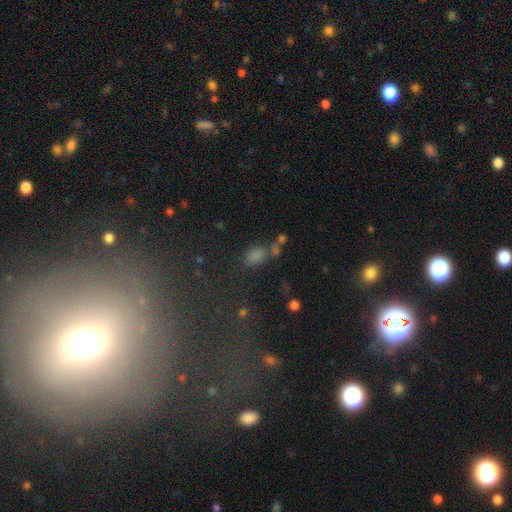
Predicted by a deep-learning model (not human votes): This is likely a smooth galaxy (72%). How rounded: clearly in between (83%). Merging: possibly none (53%).